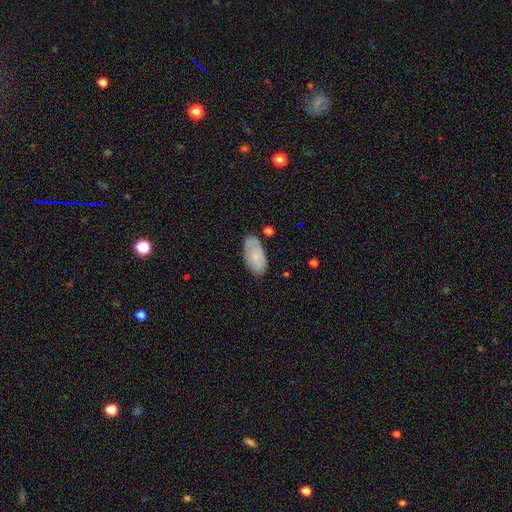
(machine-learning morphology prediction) This appears to be a smooth galaxy with no disk features (70%) that is in between round and cigar-shaped (94%). Merging: none (77%).